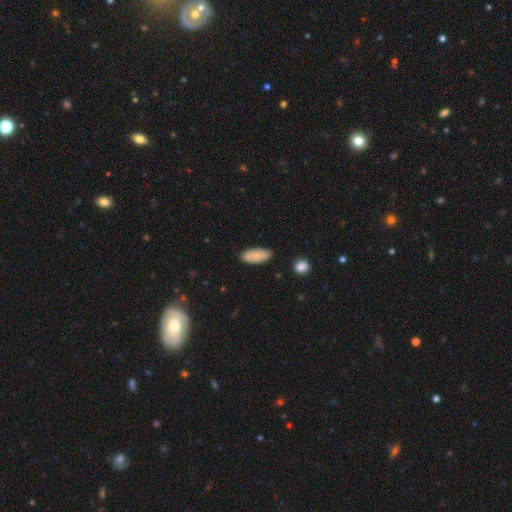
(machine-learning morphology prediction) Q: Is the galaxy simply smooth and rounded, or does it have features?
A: smooth — 78%.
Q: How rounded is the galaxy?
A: in between — 88%.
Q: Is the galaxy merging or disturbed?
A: none — 79%.